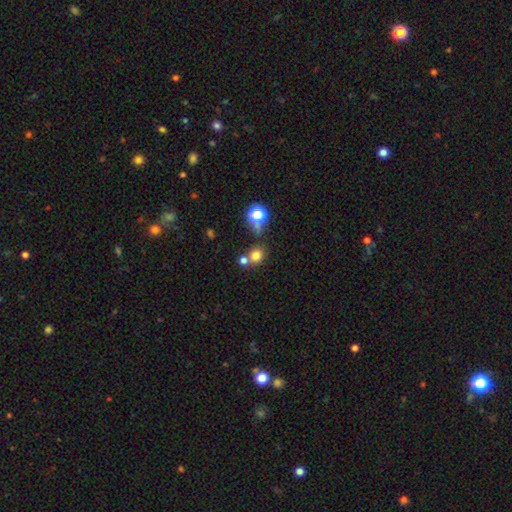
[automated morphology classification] A smooth galaxy with no disk features (74%) that is round (82%).

Vote fractions:
- Smooth or featured? smooth: 74% / star or artifact: 17% / featured or disk: 9%
- How rounded? round: 82% / in between: 17% / cigar-shaped: 1%
- Merging? none: 55% / merger: 30% / minor disturbance: 9% / major disturbance: 5%